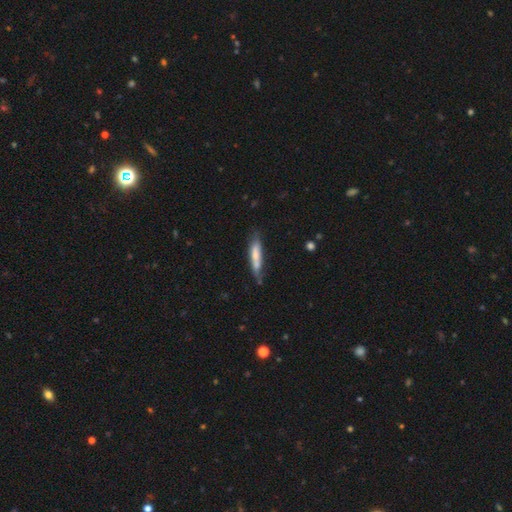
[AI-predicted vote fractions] Overall: smooth (65%; featured or disk 29%). How rounded: cigar-shaped (84%). Merging: none (61%; minor disturbance 26%).